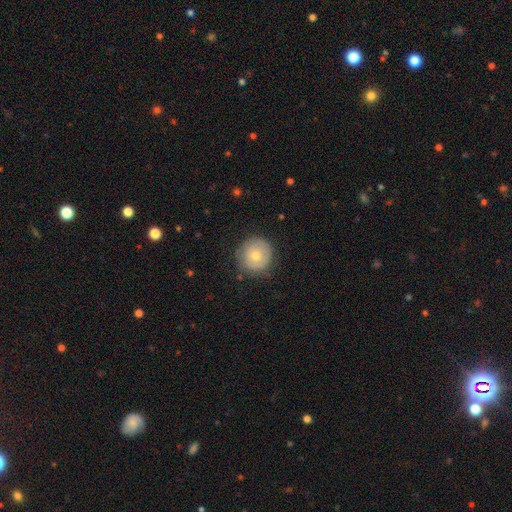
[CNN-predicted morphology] Smooth or featured? smooth (68%)
How rounded? round (94%)
Merging? none (81%)